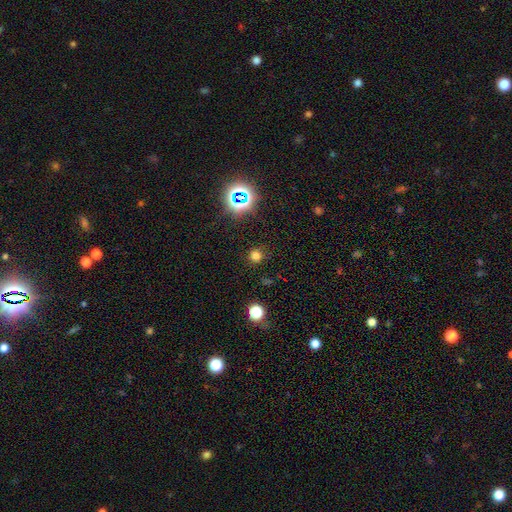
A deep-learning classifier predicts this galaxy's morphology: Smooth or featured? smooth (70%)
How rounded? round (91%)
Merging? none (87%)